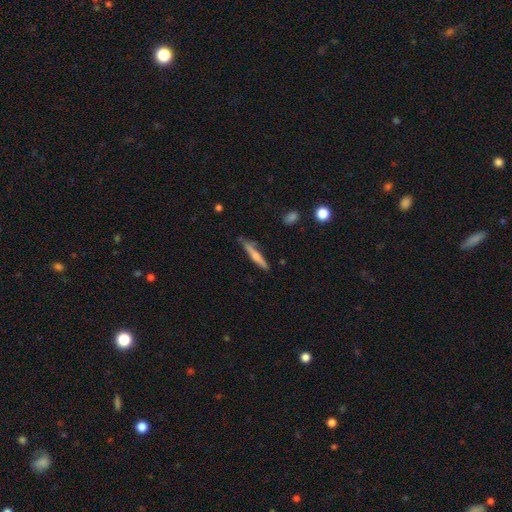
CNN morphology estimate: A smooth galaxy with no disk features (60%) that is cigar-shaped (93%).

Vote fractions:
- Smooth or featured? smooth: 60% / featured or disk: 34% / star or artifact: 6%
- How rounded? cigar-shaped: 93% / in between: 6% / round: 2%
- Merging? none: 73% / minor disturbance: 20% / major disturbance: 4% / merger: 3%